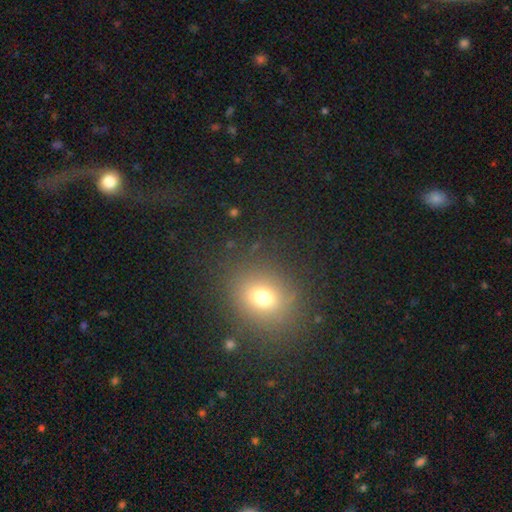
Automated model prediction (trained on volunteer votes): smooth 64%, star or artifact 25%, featured or disk 10%. Down the decision tree: how rounded — round (63%); merging — none (86%).